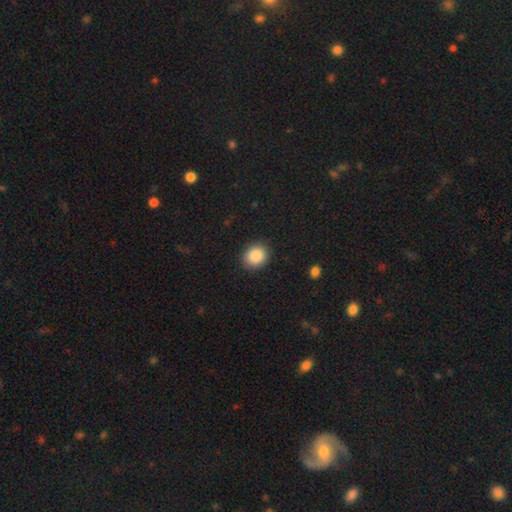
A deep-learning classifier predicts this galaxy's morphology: A smooth galaxy with no disk features (89%) that is round (67%). Merging: none (88%).